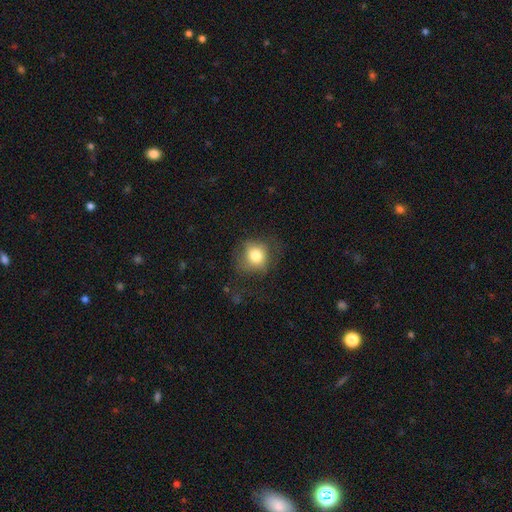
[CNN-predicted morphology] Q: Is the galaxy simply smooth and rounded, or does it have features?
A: smooth — 78%.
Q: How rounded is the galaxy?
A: round — 81%.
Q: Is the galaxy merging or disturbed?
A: none — 63%.